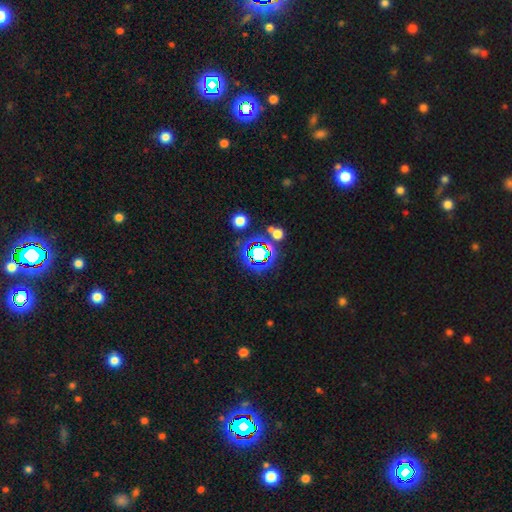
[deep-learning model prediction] smooth-or-featured: star or artifact: 74% | smooth: 17% | featured or disk: 9%